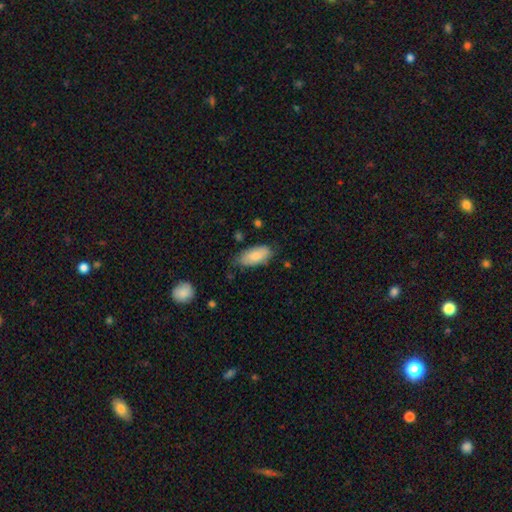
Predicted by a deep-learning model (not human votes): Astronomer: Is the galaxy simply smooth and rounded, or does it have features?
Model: smooth — 83%.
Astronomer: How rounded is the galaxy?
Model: in between — 89%.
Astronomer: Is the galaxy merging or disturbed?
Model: none — 72%.